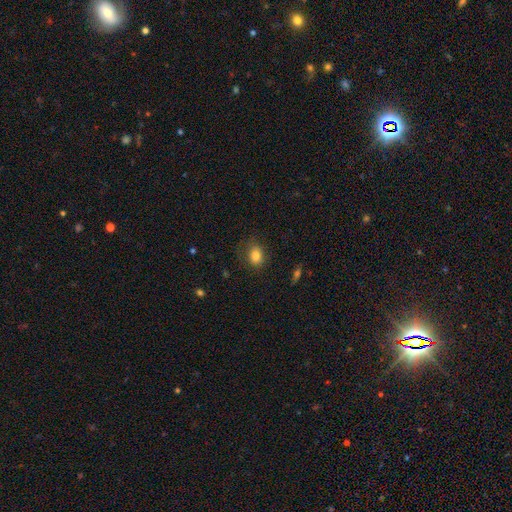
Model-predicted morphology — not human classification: A smooth galaxy with no disk features (83%) that is in between round and cigar-shaped (70%).

Vote fractions:
- Smooth or featured? smooth: 83% / star or artifact: 10% / featured or disk: 7%
- How rounded? in between: 70% / round: 29% / cigar-shaped: 1%
- Merging? none: 73% / minor disturbance: 19% / major disturbance: 7% / merger: 1%